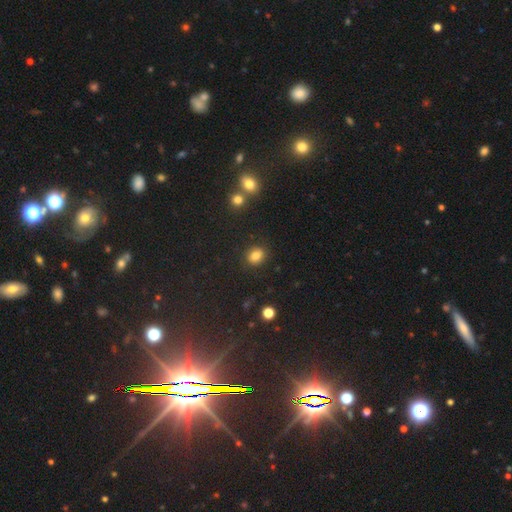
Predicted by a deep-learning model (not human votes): This is clearly a smooth galaxy (82%). How rounded: possibly round (59%). Merging: clearly none (85%).